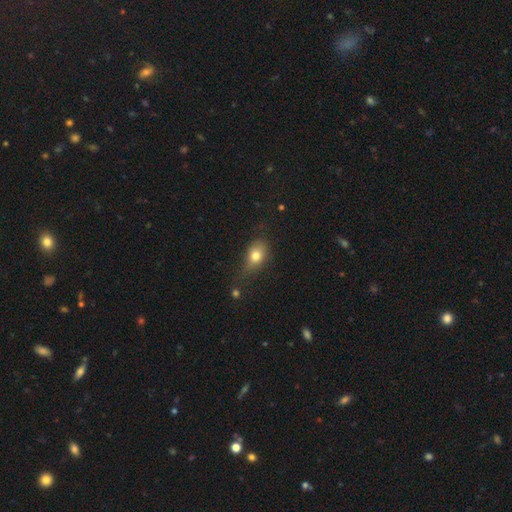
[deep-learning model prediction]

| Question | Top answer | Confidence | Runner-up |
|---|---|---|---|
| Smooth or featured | smooth | 77% | featured or disk (13%) |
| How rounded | in between | 67% | round (30%) |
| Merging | none | 46% | minor disturbance (33%) |